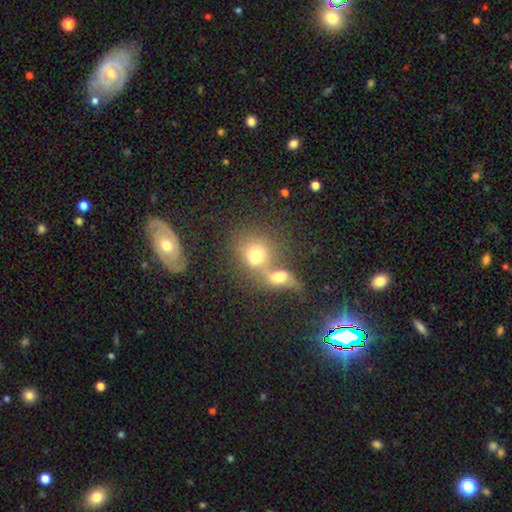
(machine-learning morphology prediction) This appears to be a smooth galaxy with no disk features (67%) that is round (65%). Merging: merger (51%).